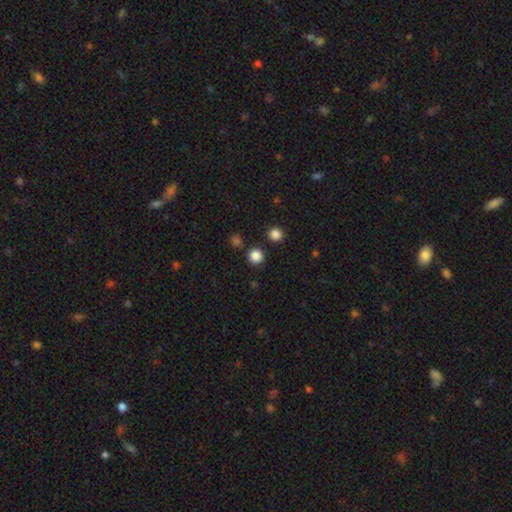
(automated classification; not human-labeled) A smooth galaxy with no disk features (84%) that is round (93%).

Vote fractions:
- Smooth or featured? smooth: 84% / star or artifact: 13% / featured or disk: 3%
- How rounded? round: 93% / in between: 6% / cigar-shaped: 1%
- Merging? none: 88% / minor disturbance: 6% / merger: 4% / major disturbance: 2%